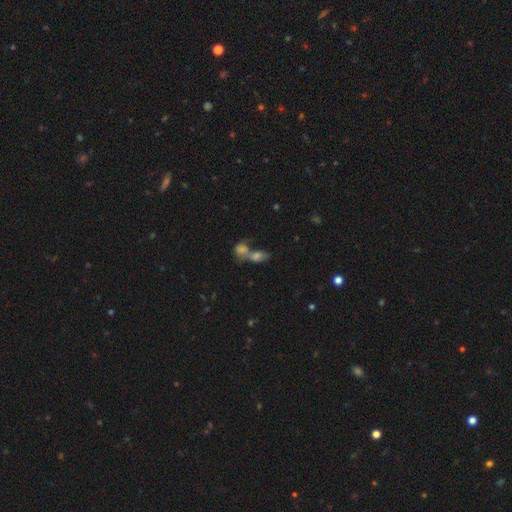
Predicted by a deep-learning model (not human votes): smooth 58%, star or artifact 21%, featured or disk 21%. Down the decision tree: how rounded — in between (69%); merging — merger (58%).